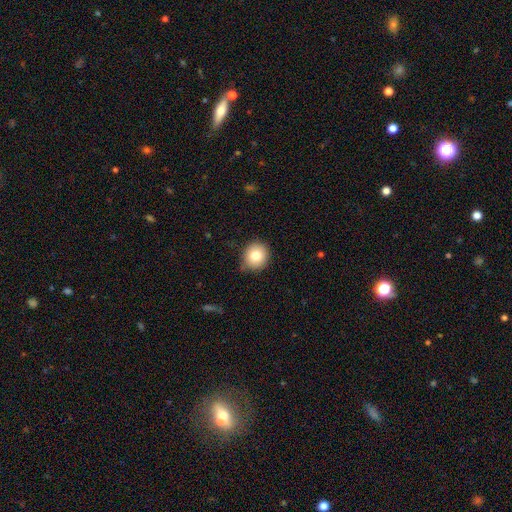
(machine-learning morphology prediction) This appears to be a smooth galaxy with no disk features (80%) that is round (87%). Merging: none (82%).